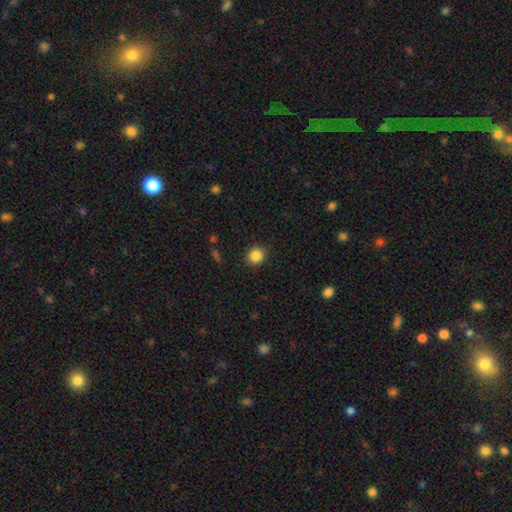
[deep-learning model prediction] A smooth galaxy with no disk features (86%) that is round (87%). Merging: none (89%).